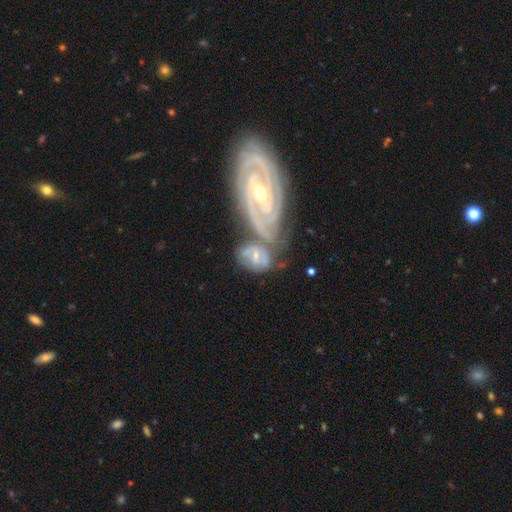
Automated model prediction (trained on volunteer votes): Morphology: type=featured or disk (69%); edge-on=no (96%); bar=no (46%); spiral arms=yes (83%); winding=tight (61%); arm count=2 (36%, tied with can't tell); bulge=moderate (48%); merging=merger (52%).